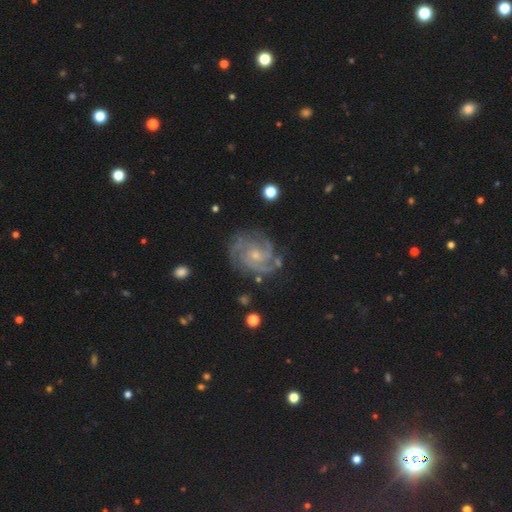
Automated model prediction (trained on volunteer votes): featured or disk 89%, star or artifact 6%, smooth 5%. Down the decision tree: edge-on disk — no (98%); bar — no (69%); spiral arms — yes (98%); spiral arm count — 3 (33%); spiral winding — tight (58%); bulge size — small (68%); merging — none (74%).